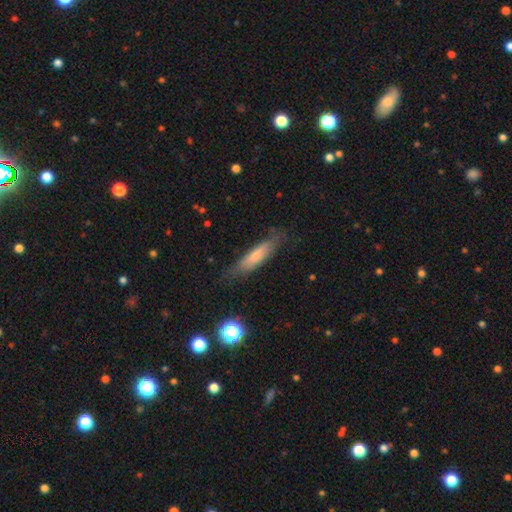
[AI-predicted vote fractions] smooth_or_featured: smooth (p=0.66) [alt: featured or disk p=0.27]
how_rounded: cigar-shaped (p=0.77) [alt: in between p=0.21]
merging: none (p=0.76) [alt: minor disturbance p=0.17]